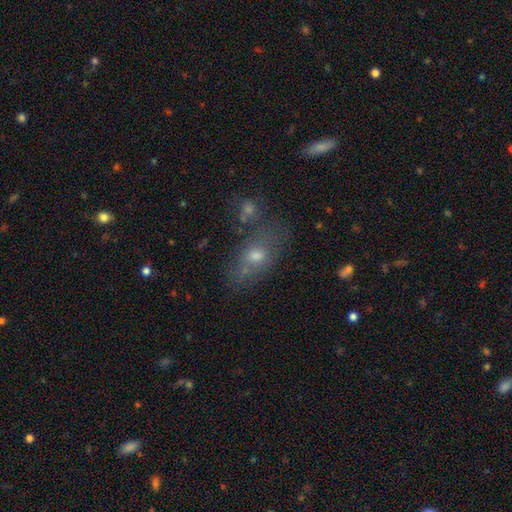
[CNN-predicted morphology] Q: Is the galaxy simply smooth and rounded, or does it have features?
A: smooth — 53%.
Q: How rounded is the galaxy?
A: in between — 72%.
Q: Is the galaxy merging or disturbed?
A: none — 60%.